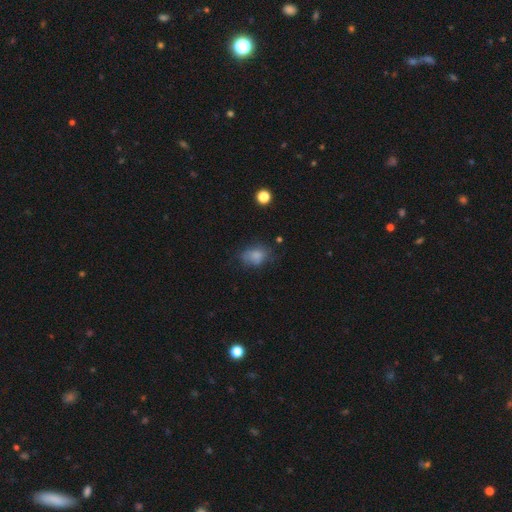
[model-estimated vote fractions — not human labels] Q: Smooth or featured?
A: smooth (78%); runner-up: star or artifact (11%)
Q: How rounded?
A: in between (66%); runner-up: round (32%)
Q: Merging?
A: none (57%); runner-up: minor disturbance (28%)